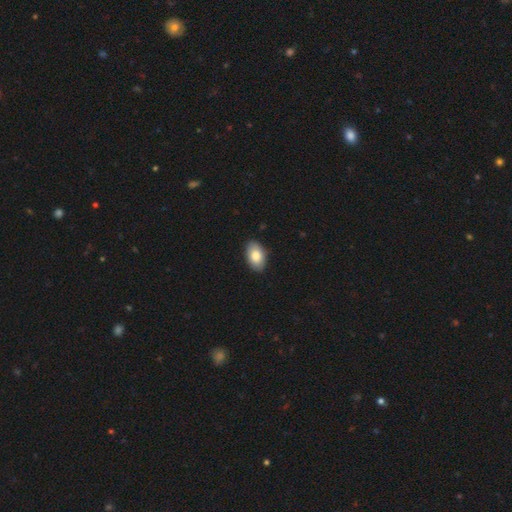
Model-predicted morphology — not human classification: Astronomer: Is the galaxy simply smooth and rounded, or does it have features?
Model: smooth — 84%.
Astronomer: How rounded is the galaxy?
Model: in between — 93%.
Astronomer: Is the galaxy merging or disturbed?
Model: none — 89%.